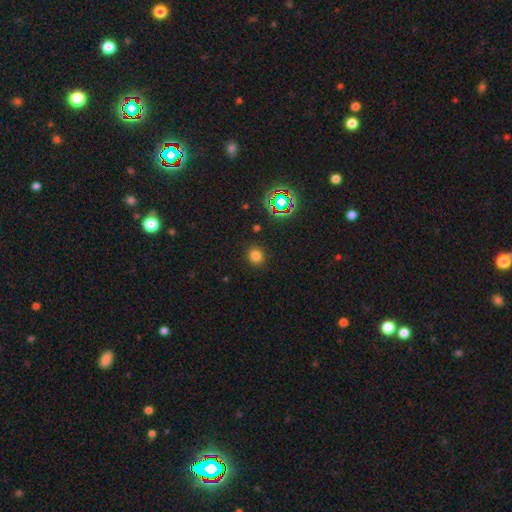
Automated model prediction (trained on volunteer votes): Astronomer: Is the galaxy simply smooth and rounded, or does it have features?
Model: smooth — 75%.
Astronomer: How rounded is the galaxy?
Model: round — 87%.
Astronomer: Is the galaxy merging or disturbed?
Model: none — 90%.